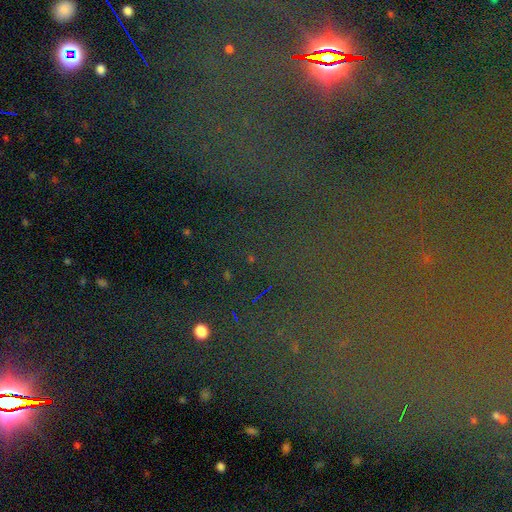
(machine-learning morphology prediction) Smooth or featured: star or artifact — 80% (smooth — 11%)